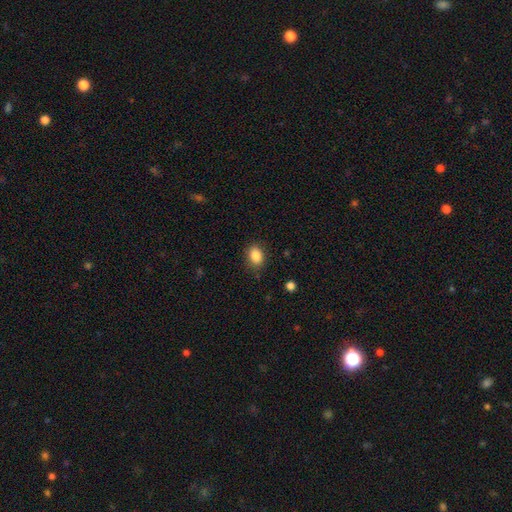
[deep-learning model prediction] Smooth or featured? smooth (87%)
How rounded? in between (69%)
Merging? none (85%)